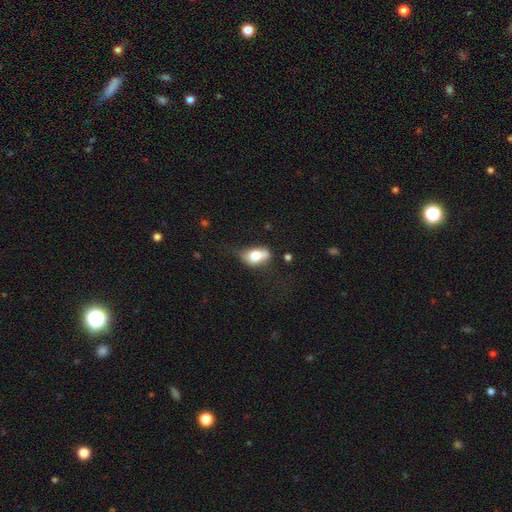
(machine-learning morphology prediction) Q: Smooth or featured?
A: smooth (67%); runner-up: featured or disk (24%)
Q: How rounded?
A: in between (81%); runner-up: round (15%)
Q: Merging?
A: minor disturbance (37%); runner-up: none (33%)